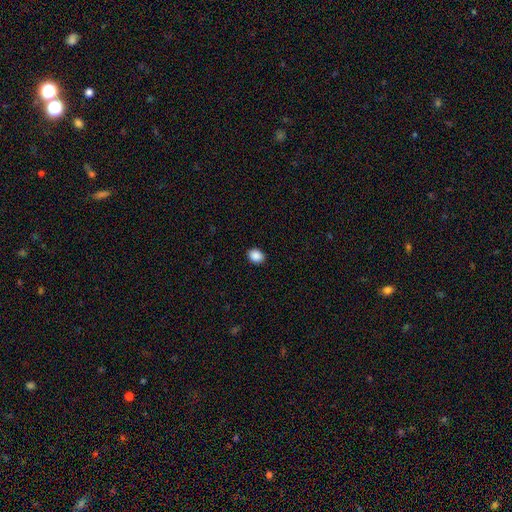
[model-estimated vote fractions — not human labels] smooth-or-featured: smooth: 89% | star or artifact: 8% | featured or disk: 2%
  how-rounded: in between: 58% | round: 41% | cigar-shaped: 1%
  merging: none: 90% | minor disturbance: 7% | major disturbance: 2% | merger: 1%